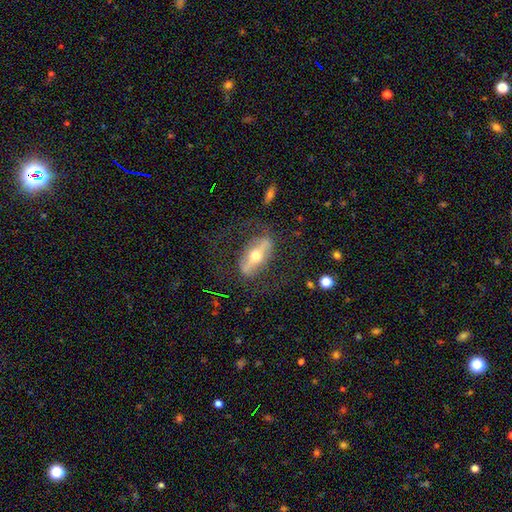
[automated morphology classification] This appears to be a featured or disk galaxy (75%) with a strong bar (71%), spiral arms (54%) and a moderate central bulge (65%). Merging: none (69%).